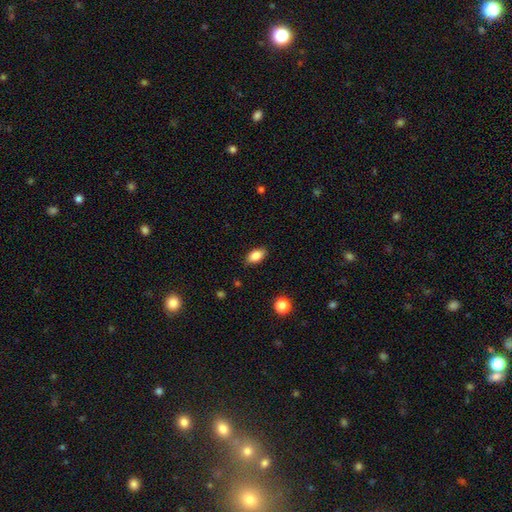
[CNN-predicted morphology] This appears to be a smooth galaxy with no disk features (84%) that is in between round and cigar-shaped (90%). Merging: none (86%).